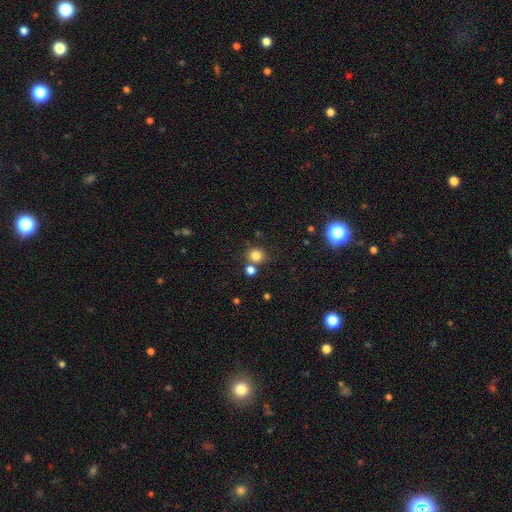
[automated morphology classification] A smooth galaxy with no disk features (80%) that is round (83%). Merging: none (70%).